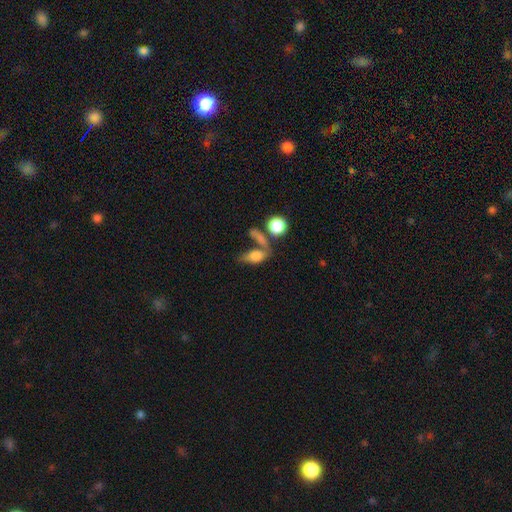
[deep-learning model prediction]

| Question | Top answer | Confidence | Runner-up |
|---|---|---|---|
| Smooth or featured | smooth | 71% | featured or disk (19%) |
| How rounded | in between | 78% | round (12%) |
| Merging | merger | 34% | none (33%) |